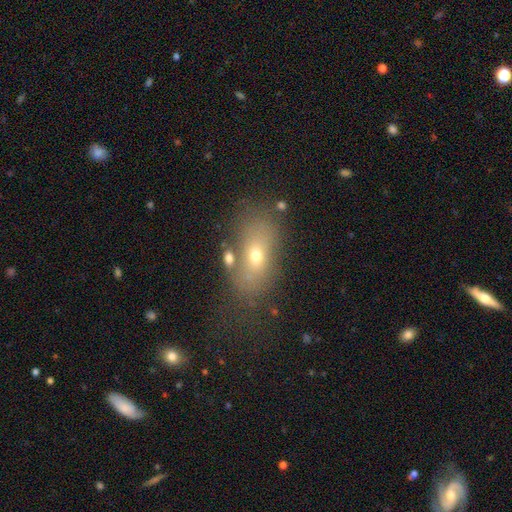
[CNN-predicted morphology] A smooth galaxy with no disk features (58%) that is in between round and cigar-shaped (80%).

Vote fractions:
- Smooth or featured? smooth: 58% / featured or disk: 27% / star or artifact: 15%
- How rounded? in between: 80% / round: 13% / cigar-shaped: 7%
- Merging? none: 60% / minor disturbance: 18% / major disturbance: 11% / merger: 11%